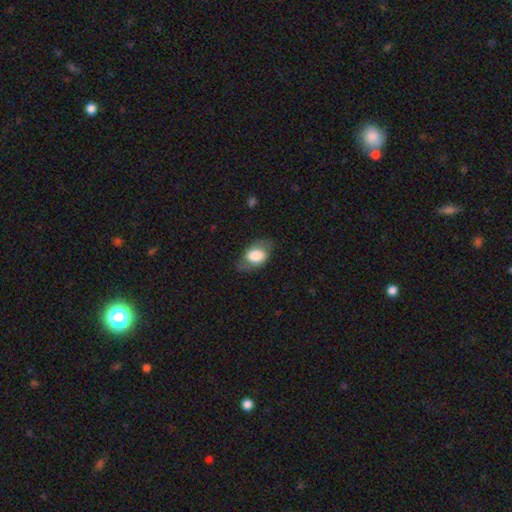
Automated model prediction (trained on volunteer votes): A smooth galaxy with no disk features (67%) that is in between round and cigar-shaped (81%). Merging: none (68%).